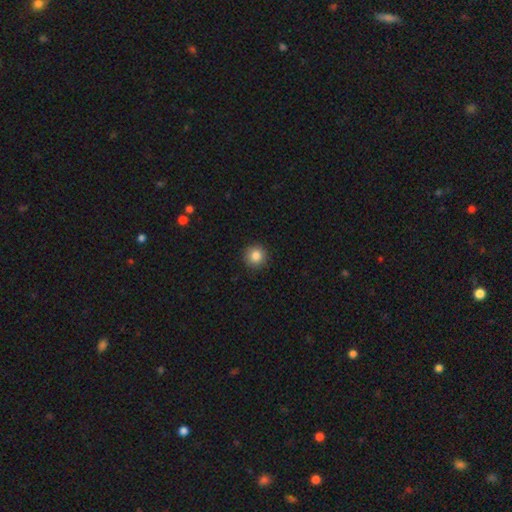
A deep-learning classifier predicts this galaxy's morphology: Overall: smooth (84%). How rounded: round (95%). Merging: none (92%).